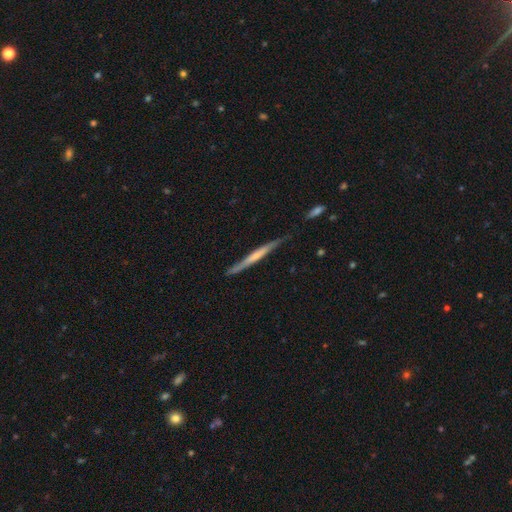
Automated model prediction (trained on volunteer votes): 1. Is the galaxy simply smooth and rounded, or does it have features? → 58% featured or disk, 37% smooth, 5% star or artifact.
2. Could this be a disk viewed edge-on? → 95% yes, 5% no.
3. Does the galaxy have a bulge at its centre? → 57% none, 34% rounded, 9% boxy.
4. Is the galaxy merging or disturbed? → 77% none, 18% minor disturbance, 3% major disturbance, 2% merger.